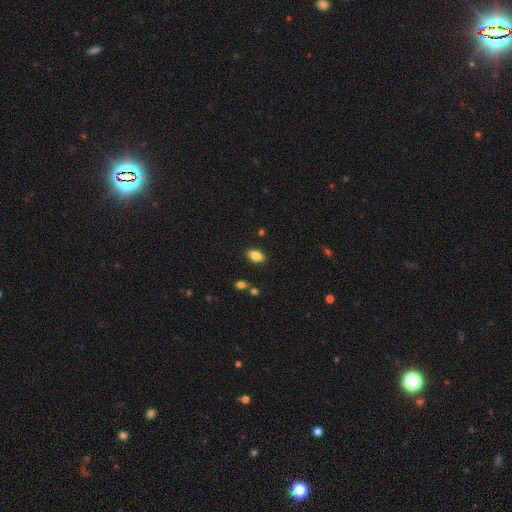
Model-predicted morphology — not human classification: Q: Smooth or featured?
A: smooth (83%); runner-up: star or artifact (9%)
Q: How rounded?
A: in between (91%); runner-up: round (7%)
Q: Merging?
A: none (87%); runner-up: minor disturbance (9%)